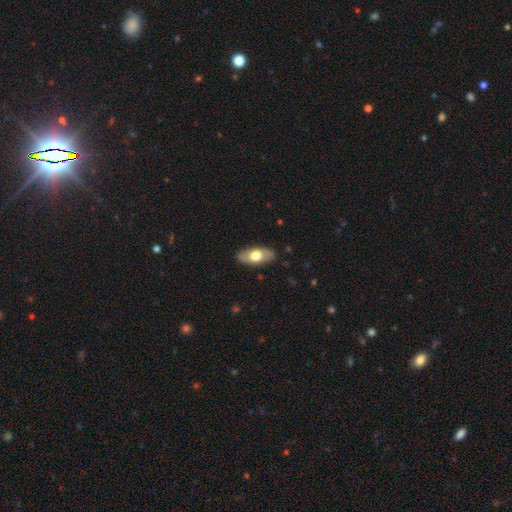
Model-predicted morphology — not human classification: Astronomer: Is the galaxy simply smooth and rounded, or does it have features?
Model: smooth — 62%.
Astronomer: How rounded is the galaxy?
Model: in between — 89%.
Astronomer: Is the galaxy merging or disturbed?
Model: none — 87%.